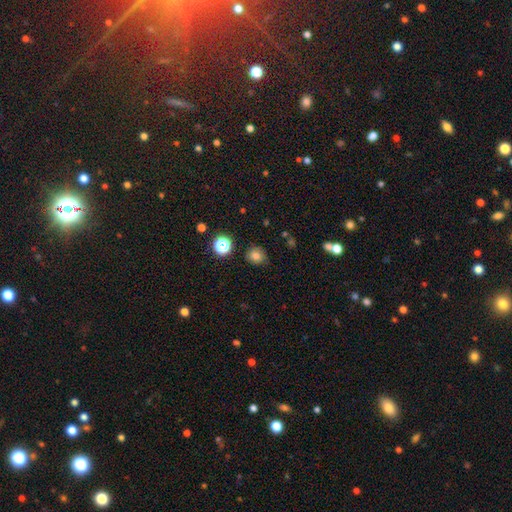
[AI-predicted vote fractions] Smooth or featured: smooth — 77% (star or artifact — 16%)
How rounded: round — 85% (in between — 14%)
Merging: none — 82% (minor disturbance — 13%)